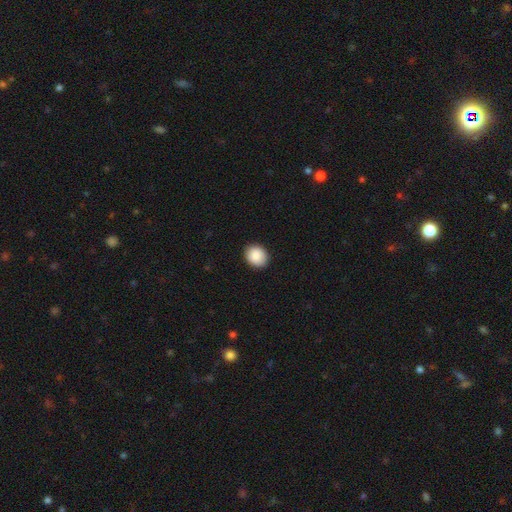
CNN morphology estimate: smooth_or_featured: smooth (p=0.89) [alt: star or artifact p=0.07]
how_rounded: round (p=0.66) [alt: in between p=0.33]
merging: none (p=0.90) [alt: minor disturbance p=0.08]